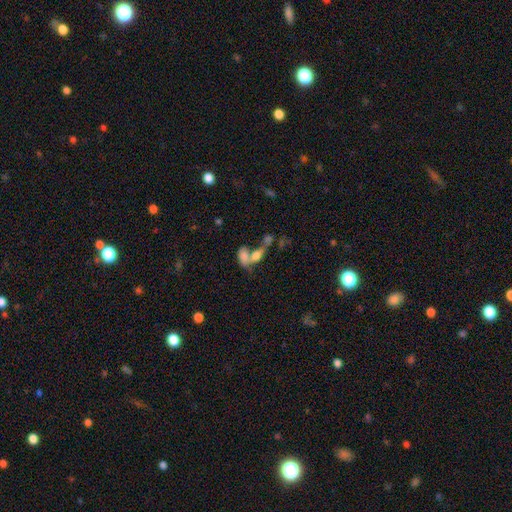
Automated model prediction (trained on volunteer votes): Smooth or featured? Predicted: smooth (p=0.68). How rounded? Predicted: in between (p=0.82). Merging? Predicted: merger (p=0.60).